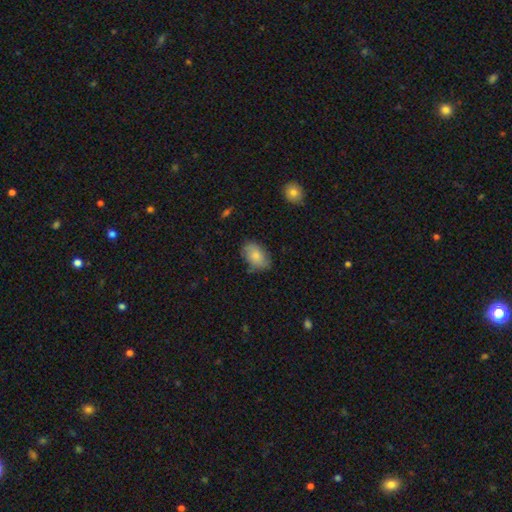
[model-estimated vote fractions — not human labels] Morphology: type=smooth (78%); roundness=in between (89%); merging=none (73%).